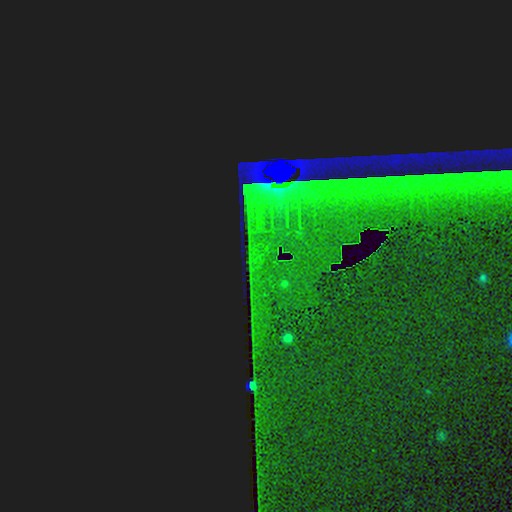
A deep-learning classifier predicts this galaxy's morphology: smooth_or_featured: star or artifact (p=0.88) [alt: featured or disk p=0.06]